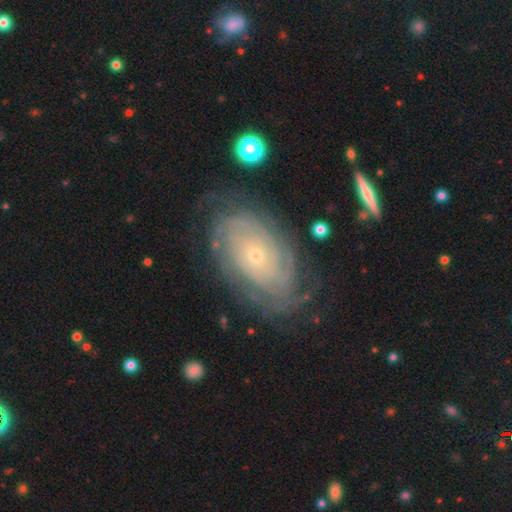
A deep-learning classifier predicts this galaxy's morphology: featured or disk 84%, smooth 10%, star or artifact 6%. Down the decision tree: edge-on disk — no (95%); bar — no (83%); spiral arms — yes (94%); spiral arm count — can't tell (41%); spiral winding — tight (82%); bulge size — small (77%); merging — none (76%).